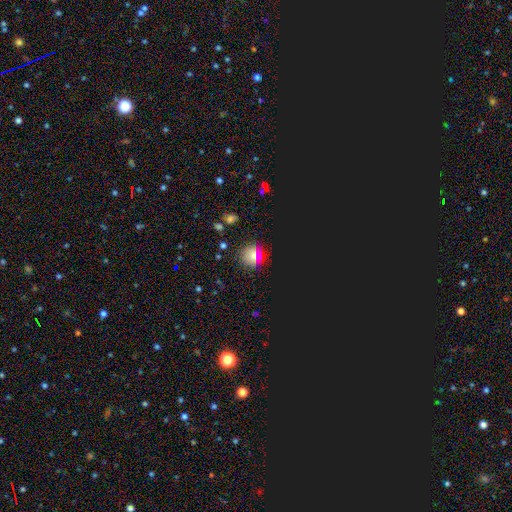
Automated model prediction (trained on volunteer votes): Overall: star or artifact (49%; smooth 41%).